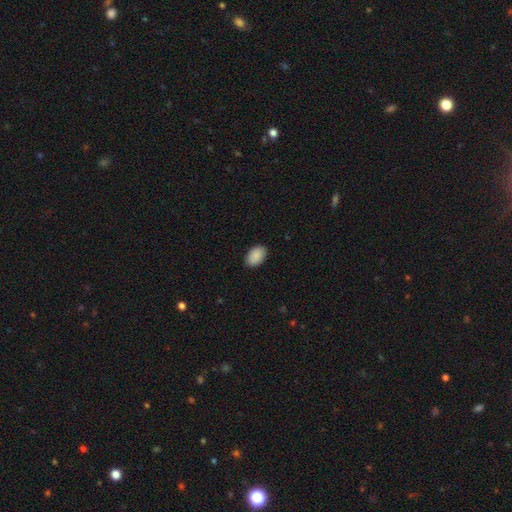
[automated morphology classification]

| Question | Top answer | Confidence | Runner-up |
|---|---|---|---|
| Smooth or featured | smooth | 91% | star or artifact (6%) |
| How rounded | in between | 90% | round (9%) |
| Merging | none | 89% | minor disturbance (8%) |